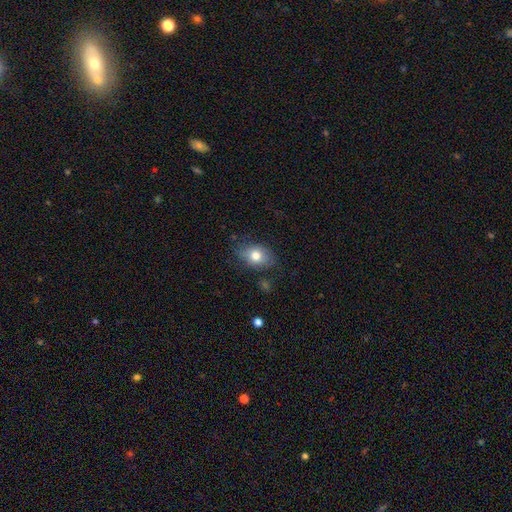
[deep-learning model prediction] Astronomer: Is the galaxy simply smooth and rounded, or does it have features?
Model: smooth — 76%.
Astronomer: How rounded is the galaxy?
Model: in between — 76%.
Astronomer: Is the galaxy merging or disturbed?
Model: none — 72%.